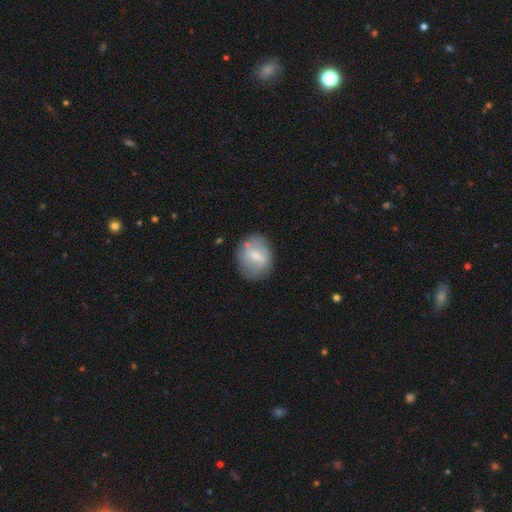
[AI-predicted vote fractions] smooth 51%, featured or disk 42%, star or artifact 7%. Down the decision tree: how rounded — round (58%); merging — none (72%).